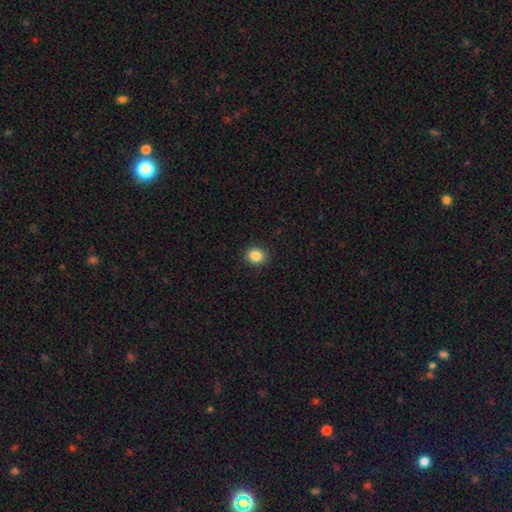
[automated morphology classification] Overall: smooth (86%). How rounded: round (71%). Merging: none (91%).